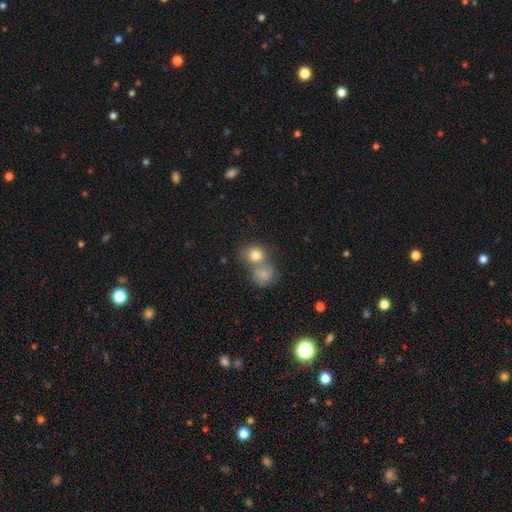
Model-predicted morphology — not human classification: Q: Smooth or featured?
A: smooth (81%); runner-up: featured or disk (10%)
Q: How rounded?
A: round (78%); runner-up: in between (21%)
Q: Merging?
A: merger (49%); runner-up: none (38%)